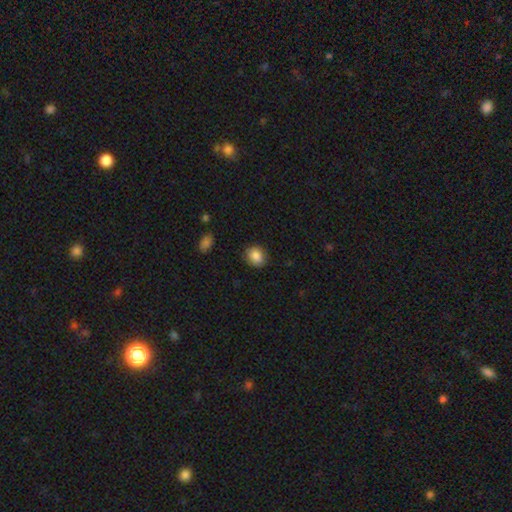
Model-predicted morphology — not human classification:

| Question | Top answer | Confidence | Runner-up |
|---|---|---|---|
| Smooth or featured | smooth | 87% | star or artifact (8%) |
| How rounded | round | 61% | in between (38%) |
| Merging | none | 87% | minor disturbance (9%) |